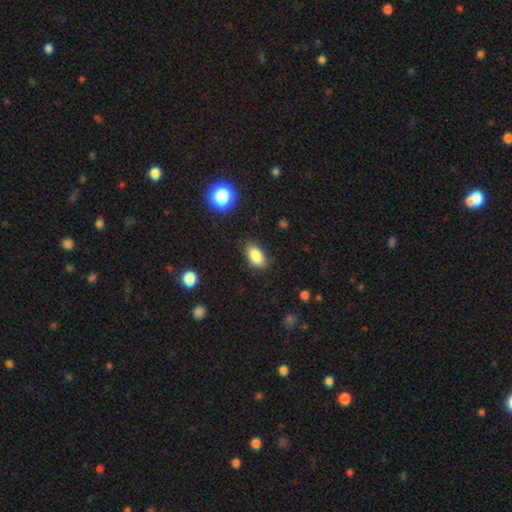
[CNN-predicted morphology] Smooth or featured? smooth (83%)
How rounded? in between (89%)
Merging? none (82%)